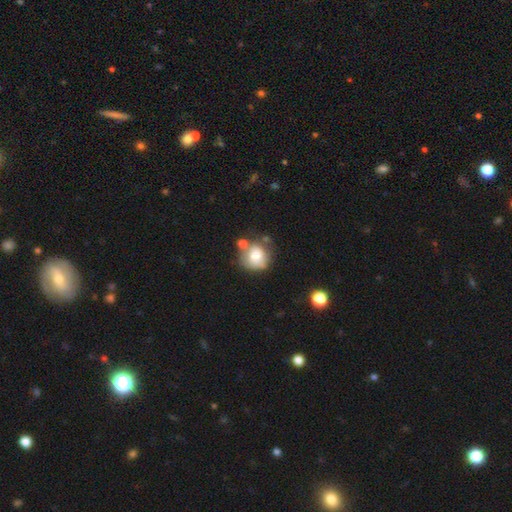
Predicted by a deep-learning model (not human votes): Smooth or featured?
  - smooth: 72% *
  - featured or disk: 19%
  - star or artifact: 8%
How rounded?
  - round: 80% *
  - in between: 19%
  - cigar-shaped: 1%
Merging?
  - none: 44% *
  - merger: 26%
  - minor disturbance: 21%
  - major disturbance: 9%